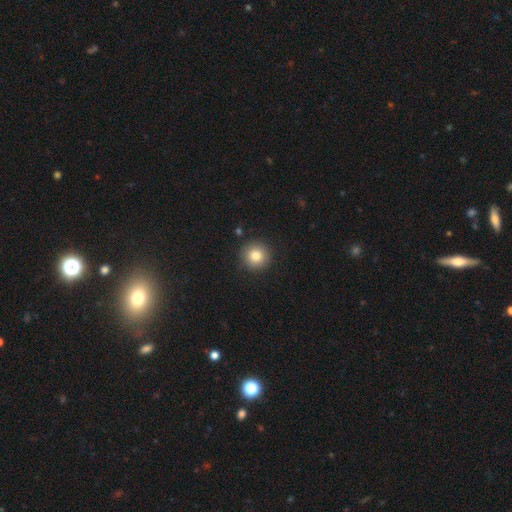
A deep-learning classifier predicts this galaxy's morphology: Overall: smooth (83%). How rounded: round (94%). Merging: none (88%).